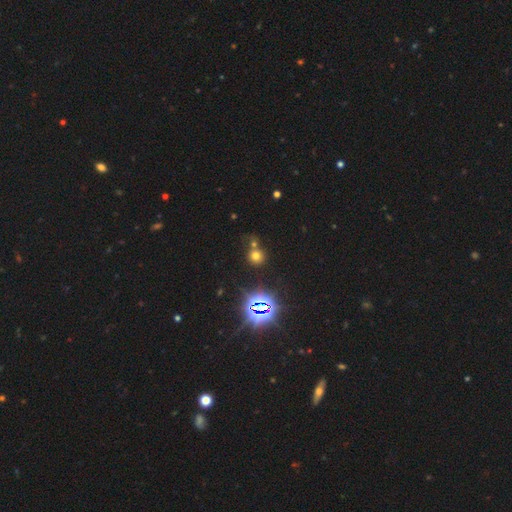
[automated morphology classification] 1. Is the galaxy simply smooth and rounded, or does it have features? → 58% smooth, 33% star or artifact, 9% featured or disk.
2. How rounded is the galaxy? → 88% round, 11% in between, 1% cigar-shaped.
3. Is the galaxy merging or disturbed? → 62% none, 25% merger, 9% minor disturbance, 4% major disturbance.